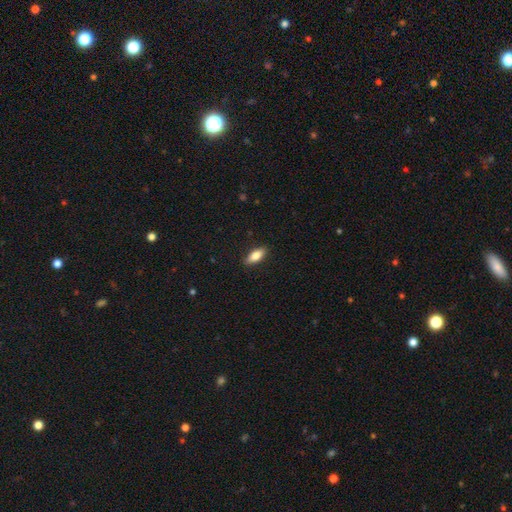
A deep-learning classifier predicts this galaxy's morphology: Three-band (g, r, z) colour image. It shows a smooth galaxy with no disk features (78%) that is in between round and cigar-shaped (77%). Merging: none (89%).